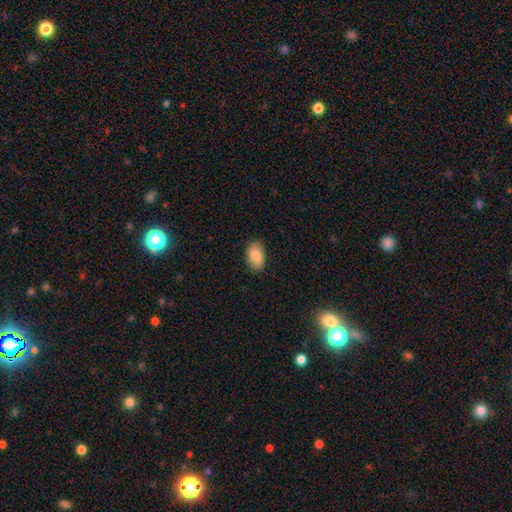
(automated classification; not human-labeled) This is clearly a smooth galaxy (86%). How rounded: clearly in between (92%). Merging: clearly none (85%).